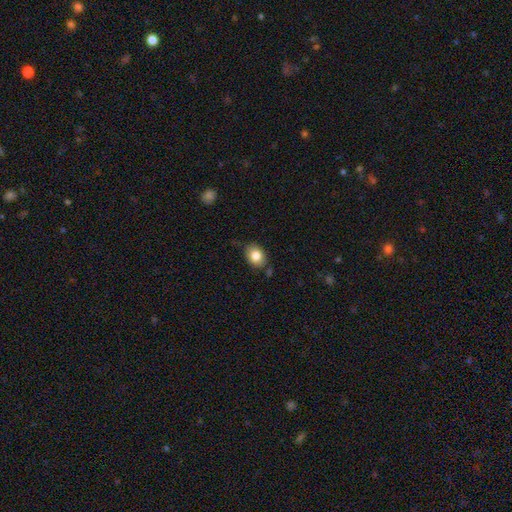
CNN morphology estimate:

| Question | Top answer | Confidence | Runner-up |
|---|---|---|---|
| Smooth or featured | smooth | 82% | featured or disk (9%) |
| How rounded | in between | 58% | round (41%) |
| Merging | none | 77% | minor disturbance (17%) |